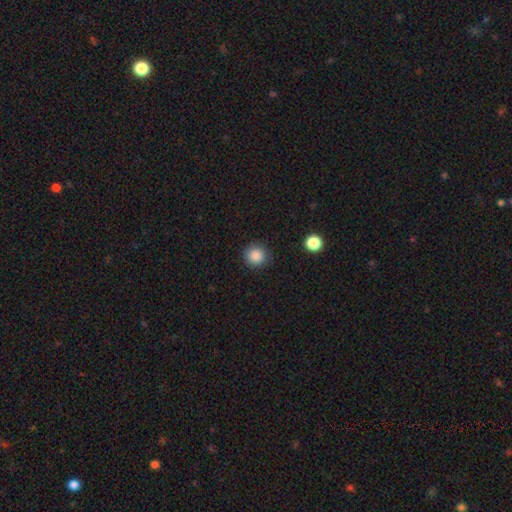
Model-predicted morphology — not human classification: The model was most divided on "smooth or featured": smooth: 87%, star or artifact: 10%, featured or disk: 3%. More confident: how rounded — round (94%); merging — none (90%).